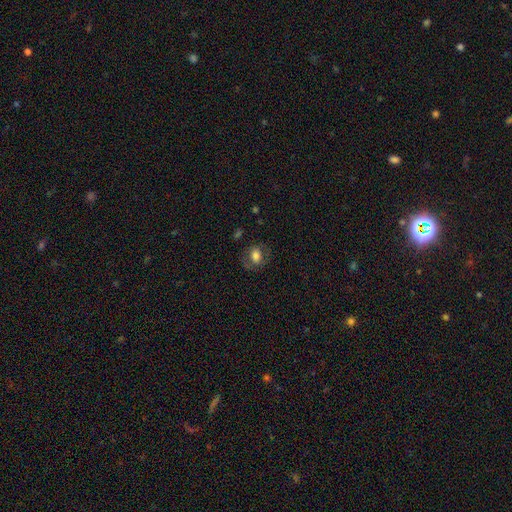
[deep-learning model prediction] This is likely a smooth galaxy (64%). How rounded: possibly in between (55%). Merging: likely none (71%).